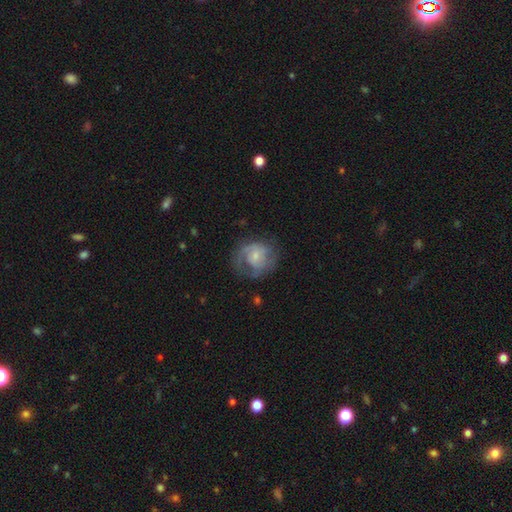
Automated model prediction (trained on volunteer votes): Smooth or featured: featured or disk — 59% (smooth — 34%)
Edge-on disk: no — 98% (yes — 2%)
Bar: no — 65% (weak — 30%)
Spiral arms: yes — 73% (no — 27%)
Bulge size: small — 58% (moderate — 27%)
Merging: none — 52% (major disturbance — 24%)